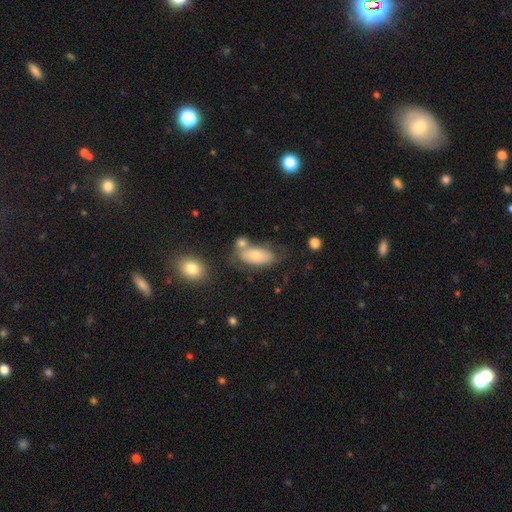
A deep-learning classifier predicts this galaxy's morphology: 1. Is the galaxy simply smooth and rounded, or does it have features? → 64% smooth, 27% featured or disk, 9% star or artifact.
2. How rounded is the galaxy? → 89% in between, 6% cigar-shaped, 5% round.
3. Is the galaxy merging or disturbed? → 49% none, 22% merger, 20% minor disturbance, 9% major disturbance.